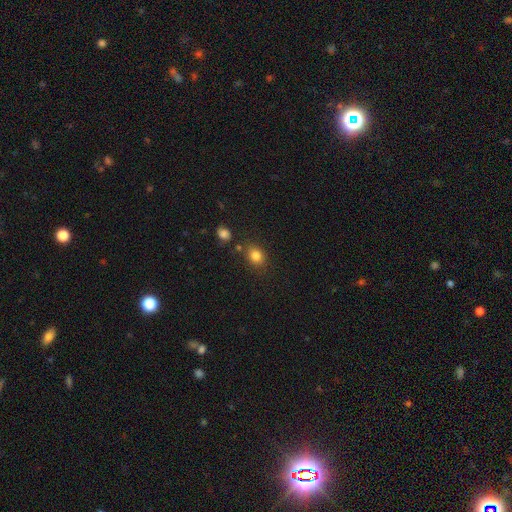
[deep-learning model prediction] smooth 82%, star or artifact 12%, featured or disk 6%. Down the decision tree: how rounded — round (51%); merging — none (75%).